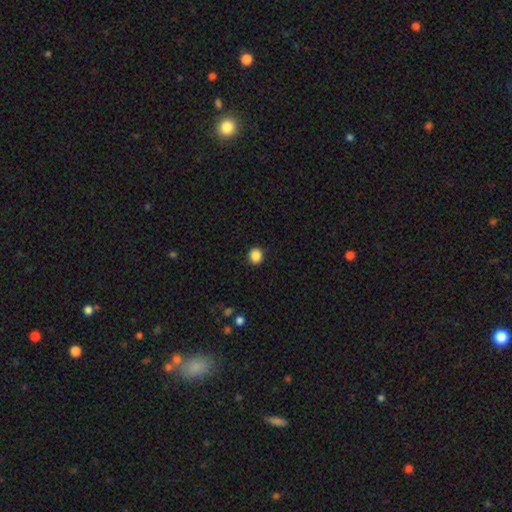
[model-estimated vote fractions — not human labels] Smooth or featured?
  - smooth: 87% *
  - star or artifact: 10%
  - featured or disk: 3%
How rounded?
  - round: 84% *
  - in between: 15%
  - cigar-shaped: 1%
Merging?
  - none: 91% *
  - minor disturbance: 6%
  - major disturbance: 2%
  - merger: 1%